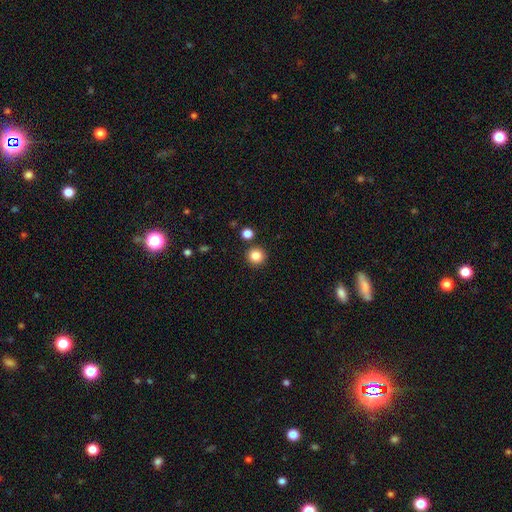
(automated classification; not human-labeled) Overall: smooth (84%). How rounded: round (94%). Merging: none (89%).